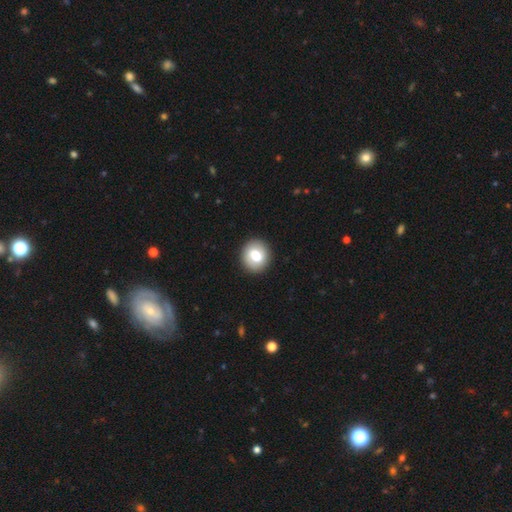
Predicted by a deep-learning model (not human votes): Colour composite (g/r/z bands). It shows a smooth galaxy with no disk features (72%) that is round (84%). Merging: none (91%).